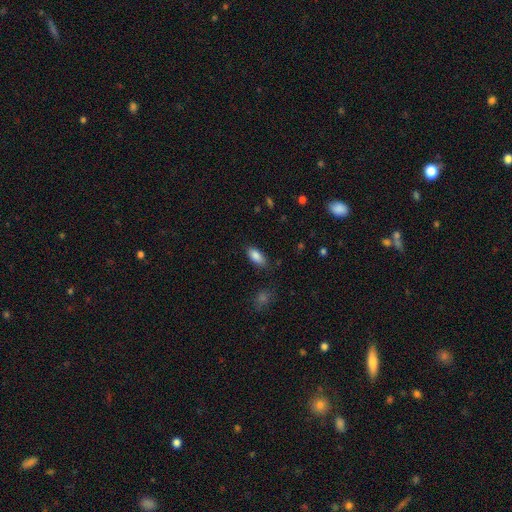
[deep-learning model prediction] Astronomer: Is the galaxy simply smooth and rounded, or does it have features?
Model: smooth — 87%.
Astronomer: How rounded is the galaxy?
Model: in between — 89%.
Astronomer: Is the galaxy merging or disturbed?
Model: none — 84%.